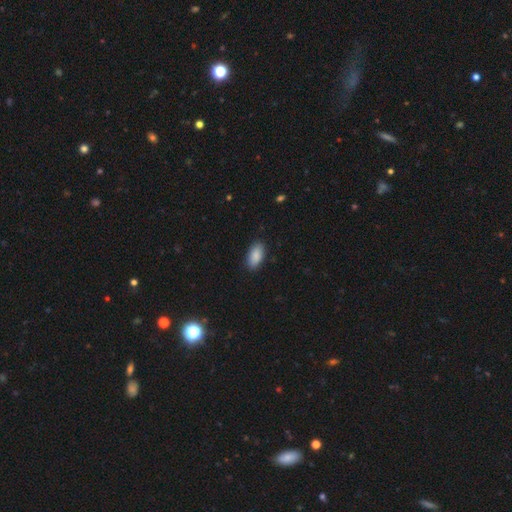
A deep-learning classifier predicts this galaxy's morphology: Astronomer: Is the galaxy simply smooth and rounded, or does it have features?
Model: smooth — 89%.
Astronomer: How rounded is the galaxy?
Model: in between — 92%.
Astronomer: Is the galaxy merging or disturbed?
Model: none — 86%.